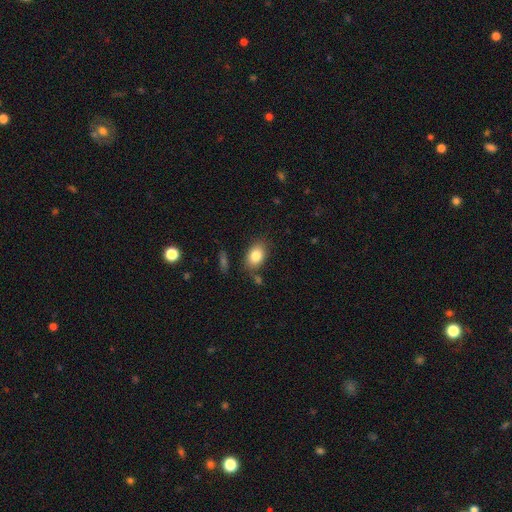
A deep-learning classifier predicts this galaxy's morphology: smooth-or-featured: smooth: 83% | featured or disk: 9% | star or artifact: 8%
  how-rounded: in between: 80% | round: 18% | cigar-shaped: 1%
  merging: none: 78% | minor disturbance: 14% | merger: 5% | major disturbance: 4%